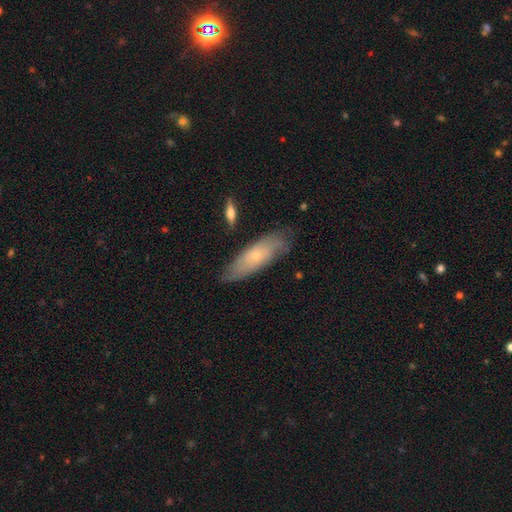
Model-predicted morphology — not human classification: A featured or disk galaxy (50%). Merging: none (70%).